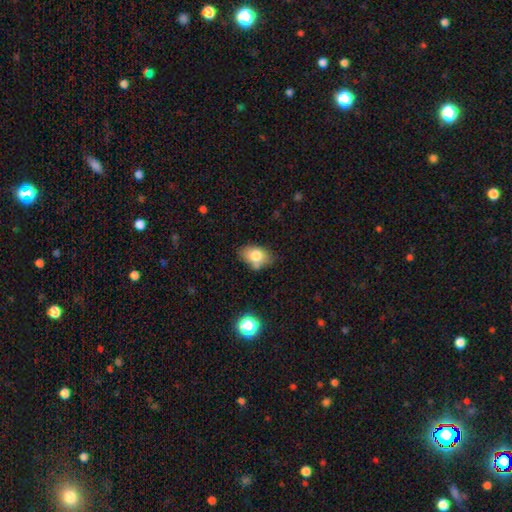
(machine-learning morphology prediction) A smooth galaxy with no disk features (77%) that is in between round and cigar-shaped (84%).

Vote fractions:
- Smooth or featured? smooth: 77% / featured or disk: 13% / star or artifact: 9%
- How rounded? in between: 84% / round: 15% / cigar-shaped: 2%
- Merging? none: 63% / minor disturbance: 24% / merger: 7% / major disturbance: 5%